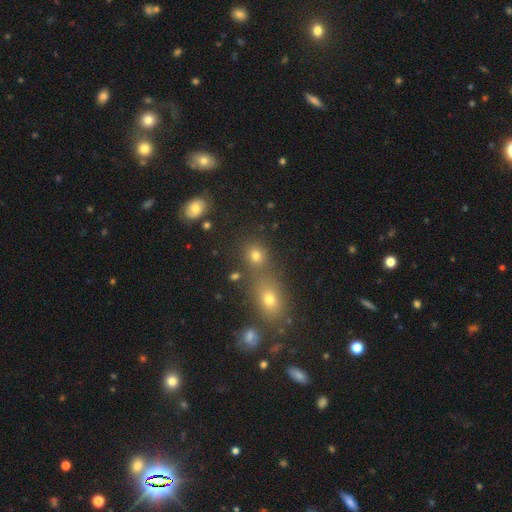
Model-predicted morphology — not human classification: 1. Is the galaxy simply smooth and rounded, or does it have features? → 71% smooth, 19% star or artifact, 9% featured or disk.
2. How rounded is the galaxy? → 70% round, 29% in between, 2% cigar-shaped.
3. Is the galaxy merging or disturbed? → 54% none, 33% merger, 8% minor disturbance, 4% major disturbance.